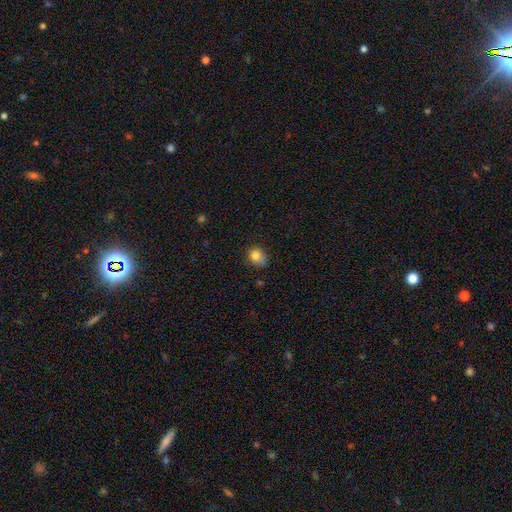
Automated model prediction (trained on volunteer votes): Morphology: type=smooth (81%); roundness=round (57%); merging=none (54%).